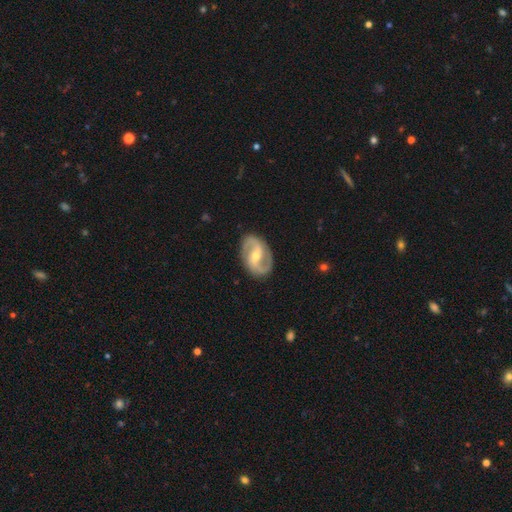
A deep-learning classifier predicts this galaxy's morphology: Smooth or featured? featured or disk (88%)
Edge-on disk? no (97%)
Bar? weak (43%)
Spiral arms? yes (95%)
Spiral winding? medium (51%)
Spiral arm count? 2 (93%)
Bulge size? moderate (53%)
Merging? none (86%)